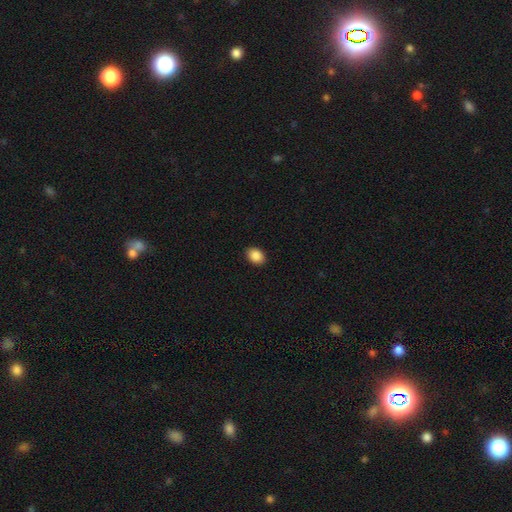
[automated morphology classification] Smooth or featured? smooth (89%)
How rounded? in between (72%)
Merging? none (90%)